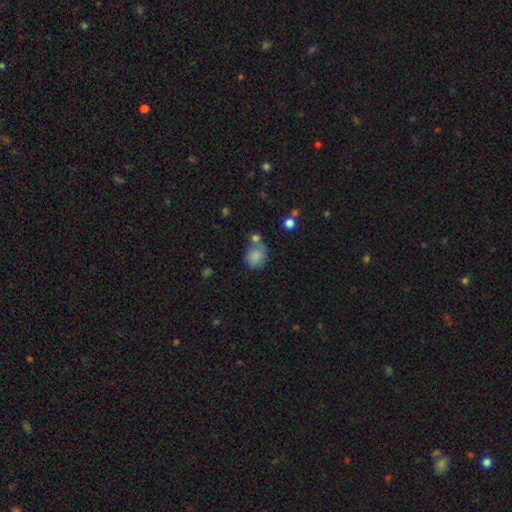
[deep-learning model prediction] Smooth or featured?
  - smooth: 82% *
  - star or artifact: 9%
  - featured or disk: 8%
How rounded?
  - round: 63% *
  - in between: 36%
  - cigar-shaped: 1%
Merging?
  - none: 46% *
  - merger: 26%
  - minor disturbance: 19%
  - major disturbance: 9%